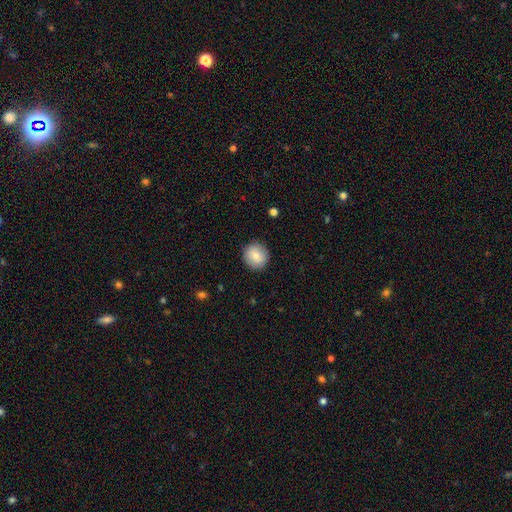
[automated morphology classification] Smooth or featured? Predicted: smooth (p=0.81). How rounded? Predicted: round (p=0.91). Merging? Predicted: none (p=0.90).